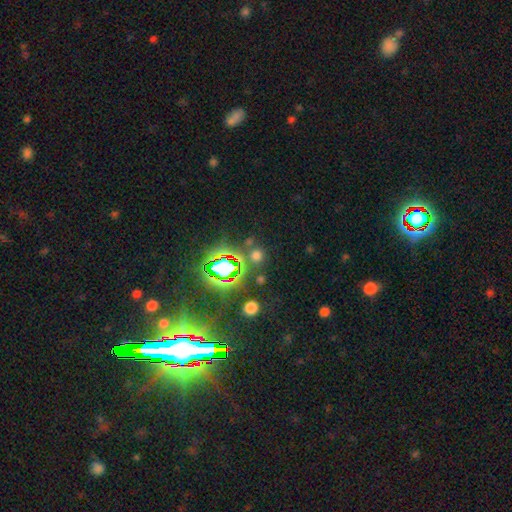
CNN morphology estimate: Smooth or featured: smooth — 50% (star or artifact — 43%)
Merging: none — 78% (merger — 10%)